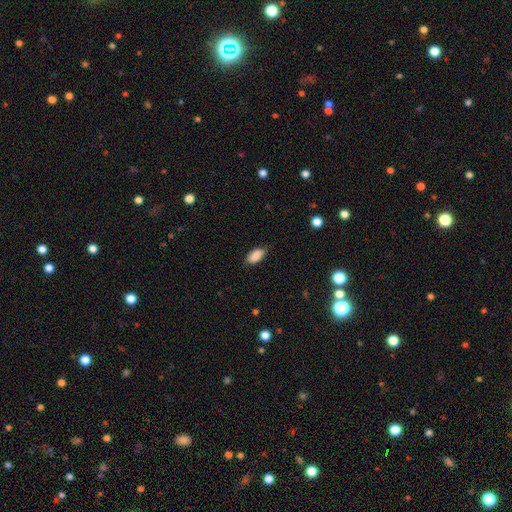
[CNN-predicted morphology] A smooth galaxy with no disk features (88%) that is in between round and cigar-shaped (91%). Merging: none (79%).